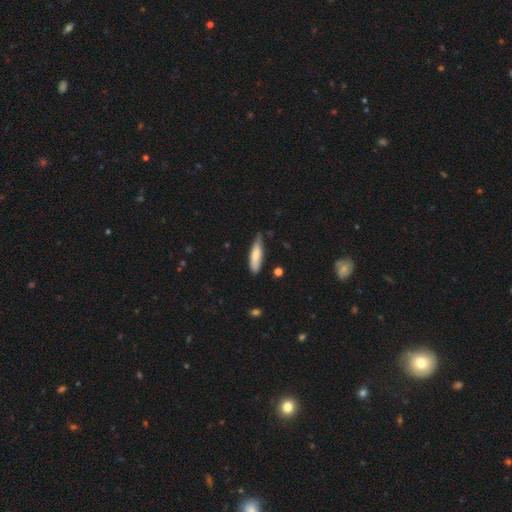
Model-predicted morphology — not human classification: smooth 76%, featured or disk 18%, star or artifact 6%. Down the decision tree: how rounded — cigar-shaped (64%); merging — none (62%).